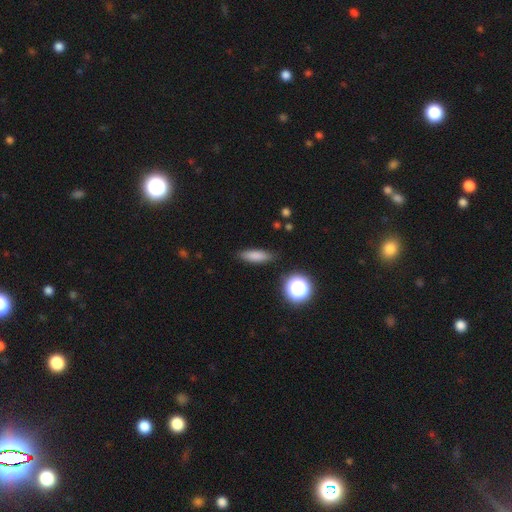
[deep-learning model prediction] Smooth or featured?
  - smooth: 79% *
  - star or artifact: 11%
  - featured or disk: 10%
How rounded?
  - cigar-shaped: 54% *
  - in between: 41%
  - round: 5%
Merging?
  - none: 85% *
  - minor disturbance: 11%
  - major disturbance: 3%
  - merger: 2%